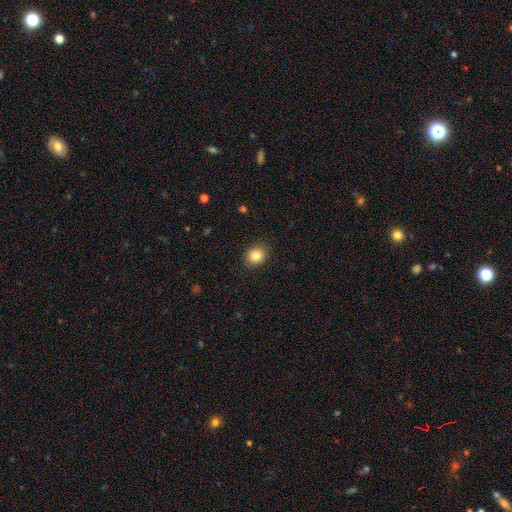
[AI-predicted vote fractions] Smooth or featured?
  - smooth: 85% *
  - star or artifact: 10%
  - featured or disk: 5%
How rounded?
  - round: 70% *
  - in between: 29%
  - cigar-shaped: 1%
Merging?
  - none: 88% *
  - minor disturbance: 8%
  - major disturbance: 2%
  - merger: 1%